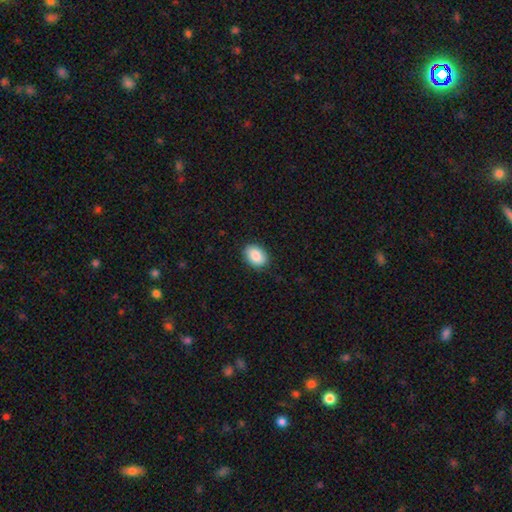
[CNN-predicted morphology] Overall: smooth (87%). How rounded: in between (80%). Merging: none (88%).